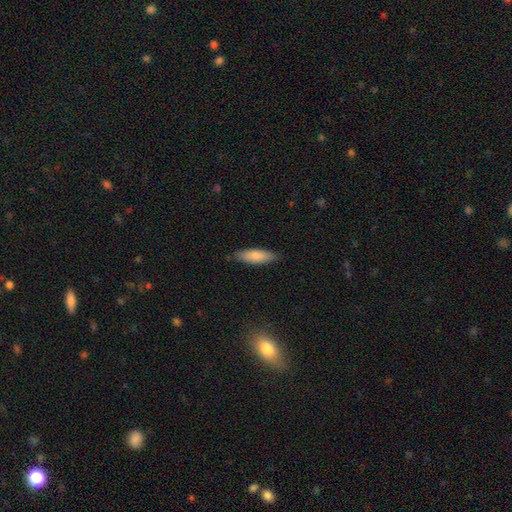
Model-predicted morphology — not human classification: A smooth galaxy with no disk features (82%) that is in between round and cigar-shaped (52%). Merging: none (85%).